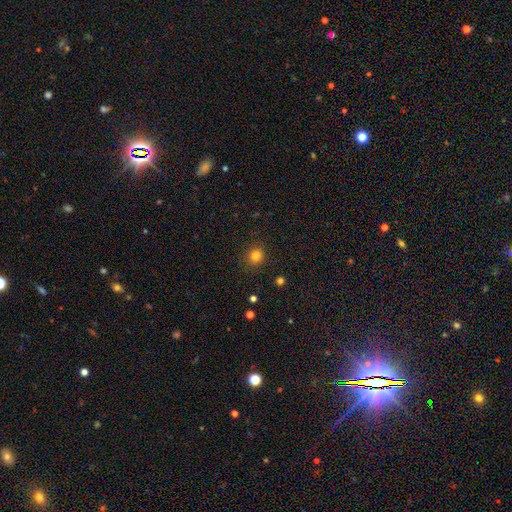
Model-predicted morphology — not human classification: This appears to be a smooth galaxy with no disk features (82%) that is round (83%). Merging: none (88%).